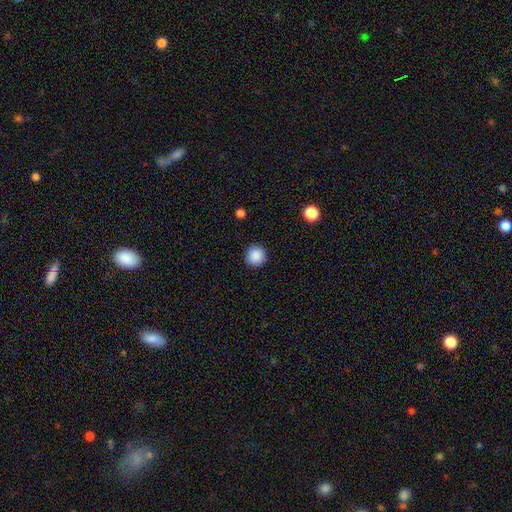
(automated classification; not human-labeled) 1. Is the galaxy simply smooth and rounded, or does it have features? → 88% smooth, 9% star or artifact, 3% featured or disk.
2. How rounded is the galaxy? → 95% round, 4% in between, 1% cigar-shaped.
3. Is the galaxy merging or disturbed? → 91% none, 6% minor disturbance, 2% major disturbance, 1% merger.